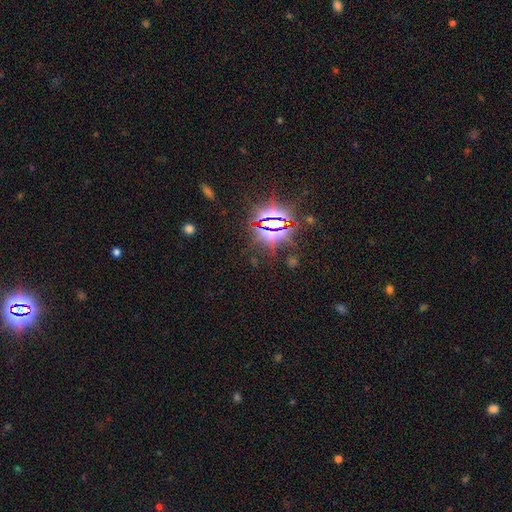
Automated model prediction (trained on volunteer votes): This is clearly a star or artifact rather than a galaxy (84%).